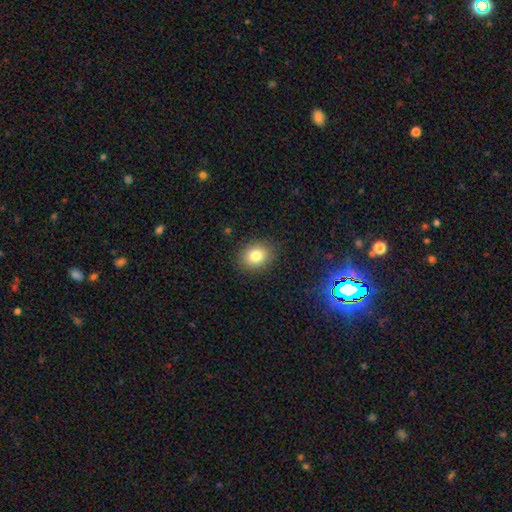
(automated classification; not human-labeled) Smooth or featured? Predicted: smooth (p=0.81). How rounded? Predicted: round (p=0.53). Merging? Predicted: none (p=0.88).